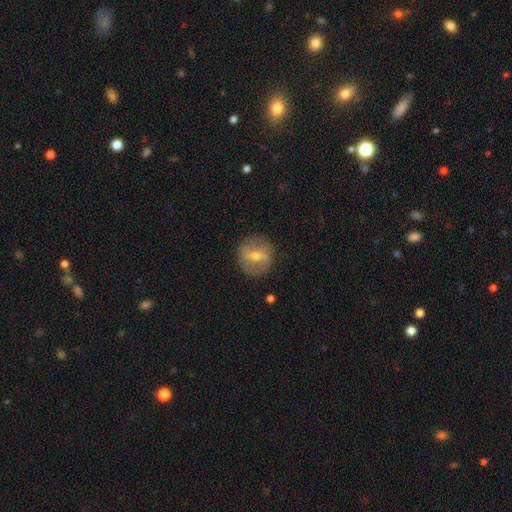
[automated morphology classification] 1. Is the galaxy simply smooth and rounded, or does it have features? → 55% featured or disk, 38% smooth, 8% star or artifact.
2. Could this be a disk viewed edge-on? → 88% no, 12% yes.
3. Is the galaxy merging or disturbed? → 83% none, 11% minor disturbance, 4% major disturbance, 1% merger.